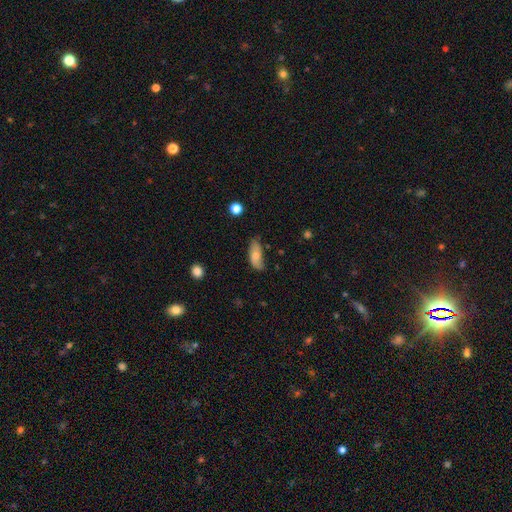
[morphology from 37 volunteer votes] Q: Smooth or featured?
A: smooth (78%); runner-up: featured or disk (16%)
Q: How rounded?
A: in between (86%); runner-up: cigar-shaped (14%)
Q: Merging?
A: minor disturbance (63%); runner-up: none (31%)